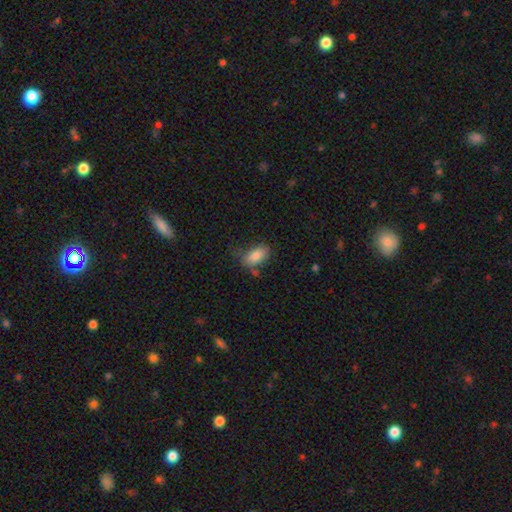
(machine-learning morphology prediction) smooth 83%, featured or disk 9%, star or artifact 8%. Down the decision tree: how rounded — in between (92%); merging — none (56%).